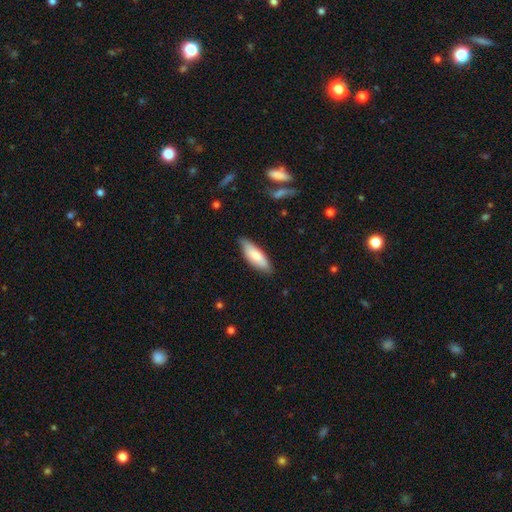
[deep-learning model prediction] Smooth or featured?
  - smooth: 77% *
  - featured or disk: 17%
  - star or artifact: 5%
How rounded?
  - in between: 61% *
  - cigar-shaped: 37%
  - round: 2%
Merging?
  - none: 78% *
  - minor disturbance: 18%
  - major disturbance: 3%
  - merger: 1%